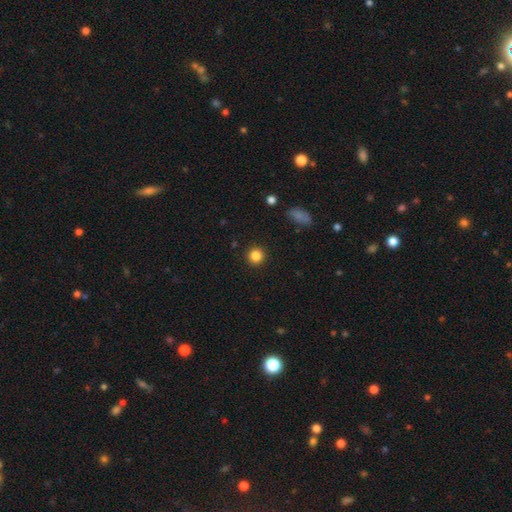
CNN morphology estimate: smooth 84%, star or artifact 11%, featured or disk 4%. Down the decision tree: how rounded — round (94%); merging — none (92%).